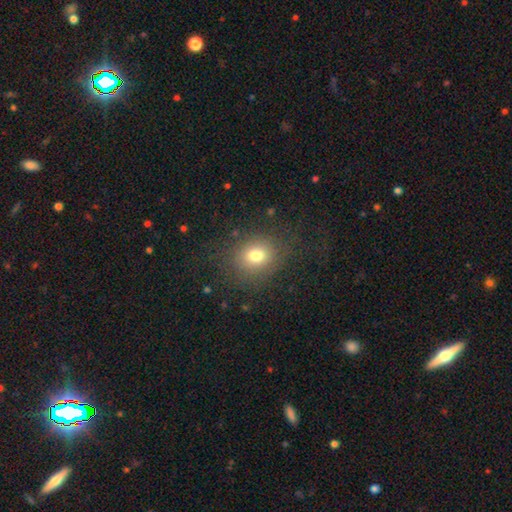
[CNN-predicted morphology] smooth 75%, star or artifact 14%, featured or disk 11%. Down the decision tree: how rounded — round (66%); merging — none (80%).